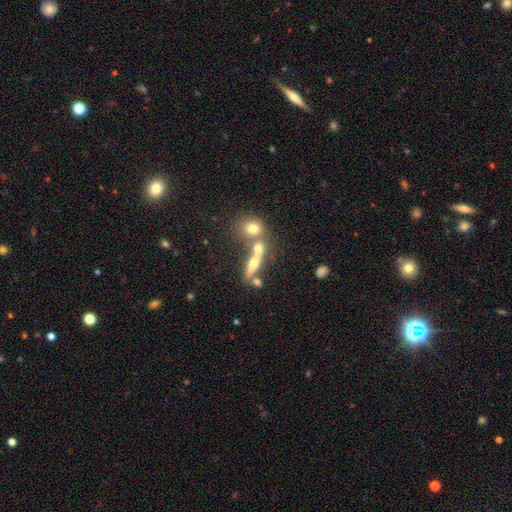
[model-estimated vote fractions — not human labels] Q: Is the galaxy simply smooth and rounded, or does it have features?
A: smooth — 46%.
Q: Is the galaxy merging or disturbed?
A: merger — 51%.